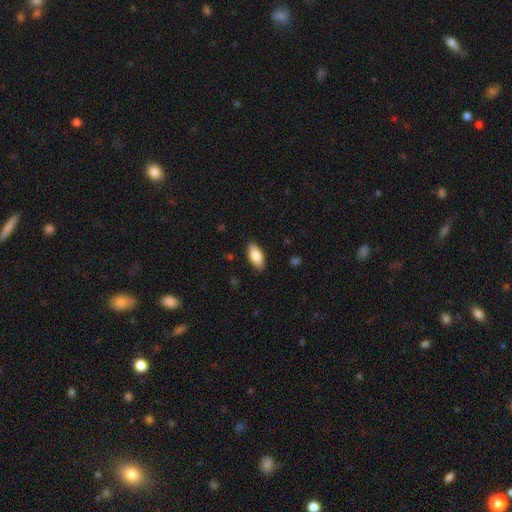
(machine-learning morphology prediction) Smooth or featured?
  - smooth: 81% *
  - featured or disk: 13%
  - star or artifact: 6%
How rounded?
  - in between: 86% *
  - cigar-shaped: 12%
  - round: 2%
Merging?
  - none: 88% *
  - minor disturbance: 9%
  - major disturbance: 2%
  - merger: 1%